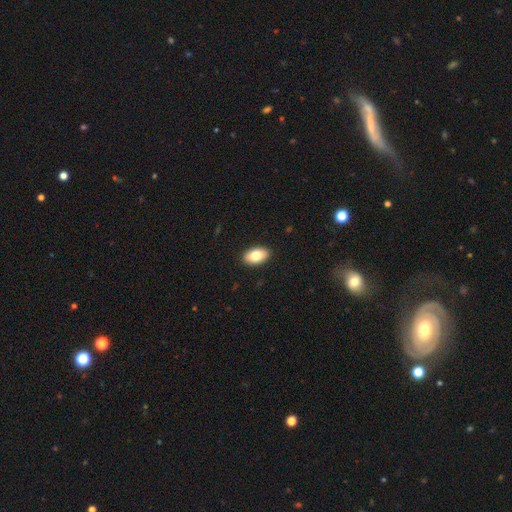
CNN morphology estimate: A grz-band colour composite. It shows a smooth galaxy with no disk features (81%) that is in between round and cigar-shaped (93%). Merging: none (91%).